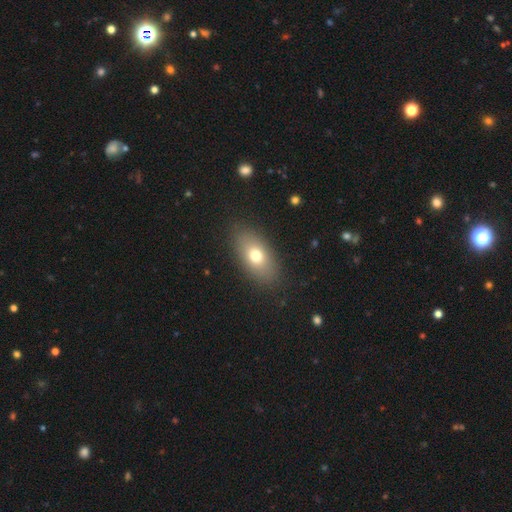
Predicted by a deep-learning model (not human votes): Smooth or featured? Predicted: smooth (p=0.73). How rounded? Predicted: in between (p=0.88). Merging? Predicted: none (p=0.87).